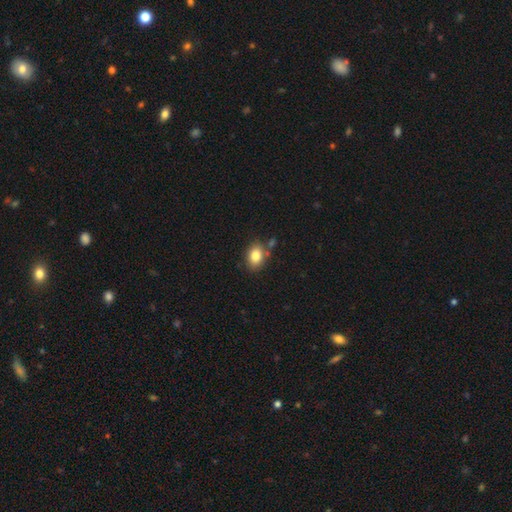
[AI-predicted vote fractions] Smooth or featured? smooth (83%)
How rounded? in between (72%)
Merging? none (74%)